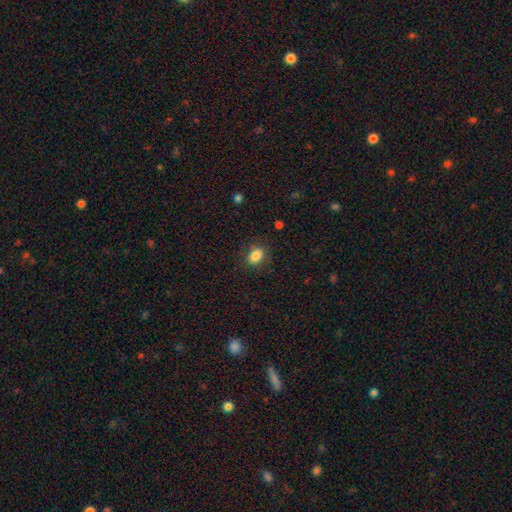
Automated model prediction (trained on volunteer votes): Q: Smooth or featured?
A: smooth (85%); runner-up: star or artifact (10%)
Q: How rounded?
A: in between (71%); runner-up: round (28%)
Q: Merging?
A: none (81%); runner-up: minor disturbance (13%)